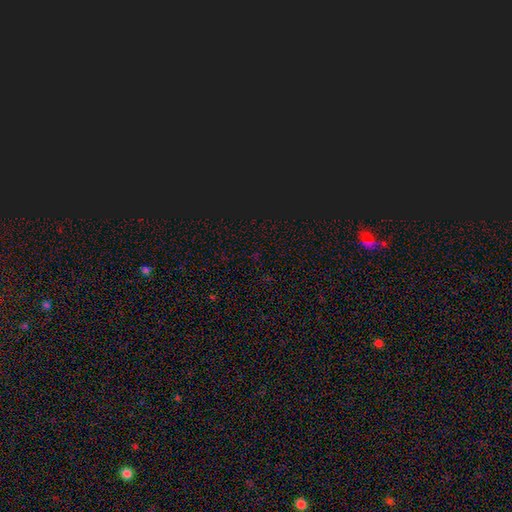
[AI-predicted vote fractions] Q: Smooth or featured?
A: star or artifact (74%); runner-up: smooth (19%)